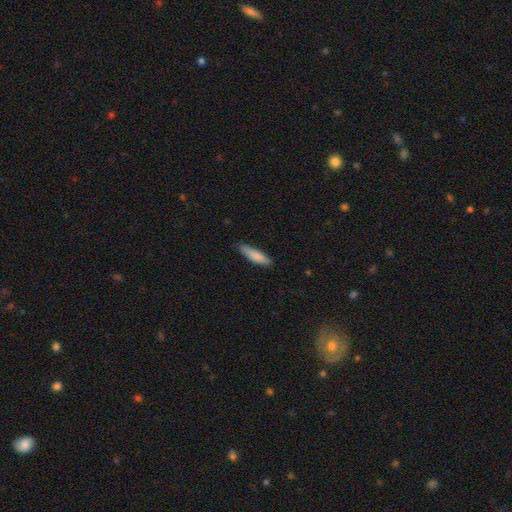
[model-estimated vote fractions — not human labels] Overall: smooth (84%). How rounded: cigar-shaped (71%). Merging: none (81%).